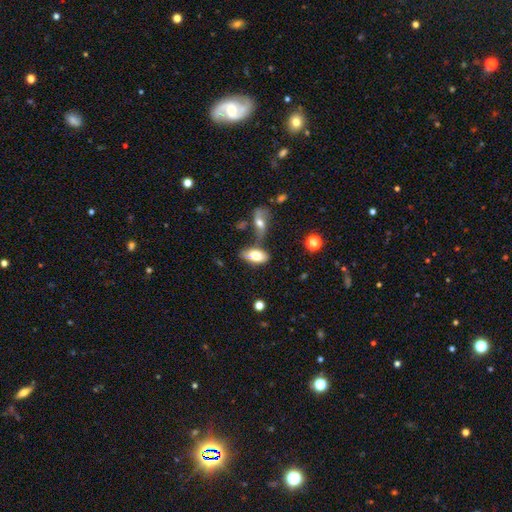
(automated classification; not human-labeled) Smooth or featured? Predicted: smooth (p=0.73). How rounded? Predicted: in between (p=0.91). Merging? Predicted: none (p=0.52).